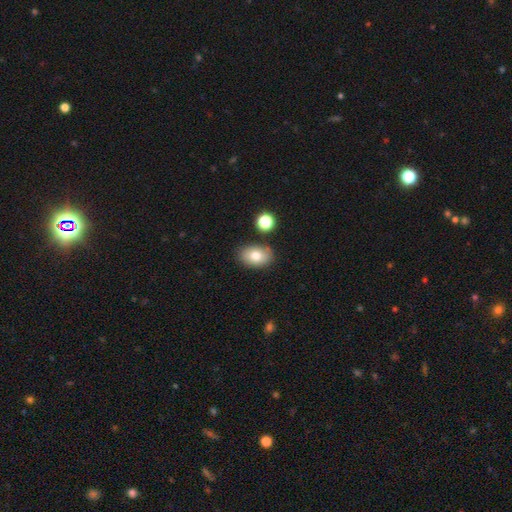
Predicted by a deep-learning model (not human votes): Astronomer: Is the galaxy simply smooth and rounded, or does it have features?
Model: smooth — 78%.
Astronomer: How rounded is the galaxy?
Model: in between — 82%.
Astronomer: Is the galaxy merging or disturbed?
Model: none — 81%.